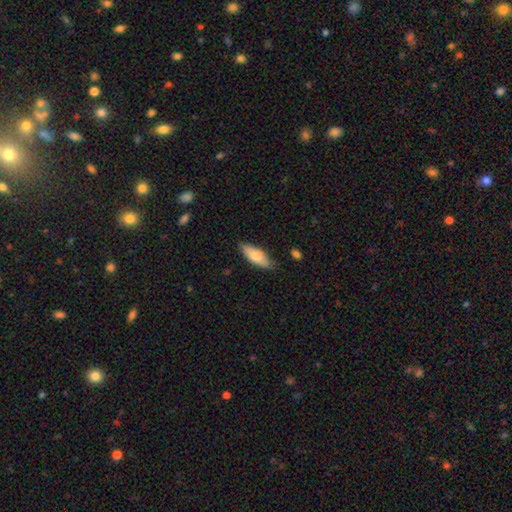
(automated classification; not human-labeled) smooth_or_featured: smooth (p=0.76) [alt: featured or disk p=0.18]
how_rounded: in between (p=0.71) [alt: cigar-shaped p=0.27]
merging: none (p=0.78) [alt: minor disturbance p=0.18]